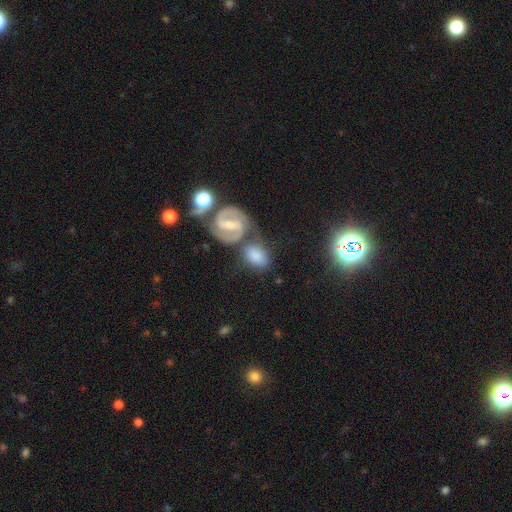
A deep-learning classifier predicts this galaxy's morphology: Smooth or featured? smooth (55%)
How rounded? in between (69%)
Merging? none (48%)